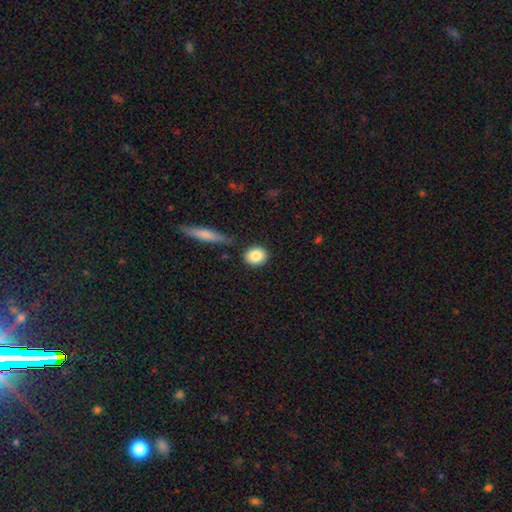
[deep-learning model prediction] This is clearly a smooth galaxy (85%). How rounded: likely round (66%). Merging: clearly none (84%).